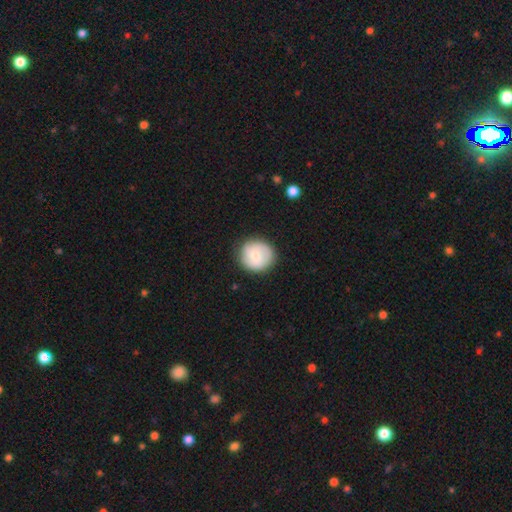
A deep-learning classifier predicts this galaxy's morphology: This appears to be a smooth galaxy with no disk features (64%) that is round (90%). Merging: none (85%).